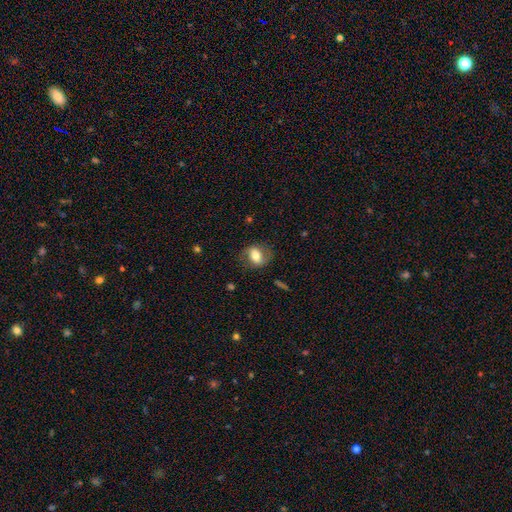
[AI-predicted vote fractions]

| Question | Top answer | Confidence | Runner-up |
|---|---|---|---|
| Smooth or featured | smooth | 57% | featured or disk (35%) |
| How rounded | in between | 63% | round (35%) |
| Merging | none | 72% | minor disturbance (18%) |